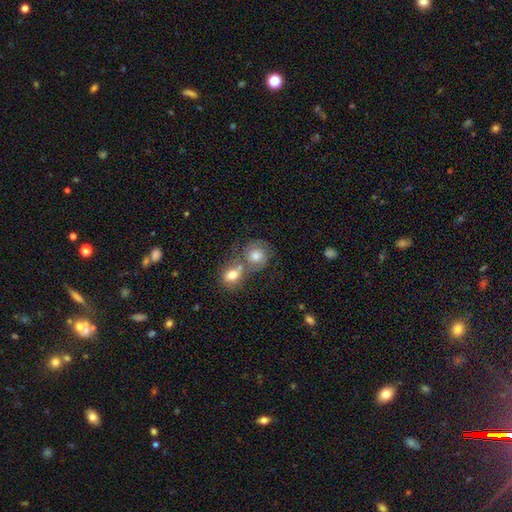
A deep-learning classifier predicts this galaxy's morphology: The model was most divided on "merging": merger: 47%, none: 35%, minor disturbance: 12%, major disturbance: 7%. More confident: how rounded — round (77%); smooth or featured — smooth (54%).